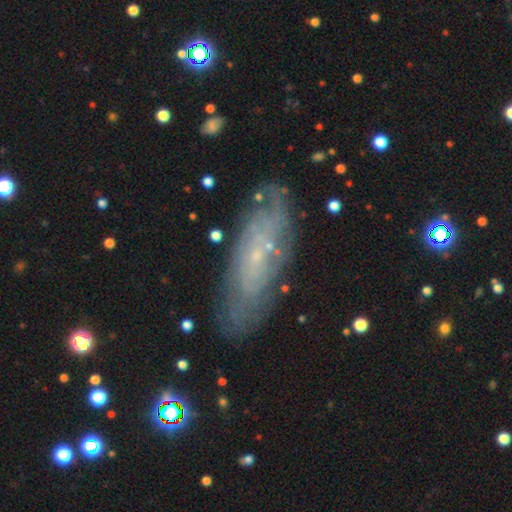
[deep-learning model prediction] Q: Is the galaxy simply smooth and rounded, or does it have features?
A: featured or disk — 64%.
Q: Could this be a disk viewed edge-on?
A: no — 76%.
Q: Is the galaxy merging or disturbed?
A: none — 81%.